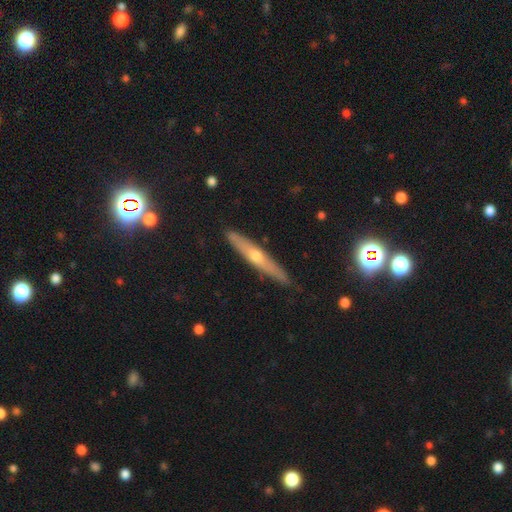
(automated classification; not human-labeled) This is likely a featured or disk galaxy (63%). It is clearly viewed edge-on (92%). Edge-on bulge: clearly rounded (82%). Merging: clearly none (88%).